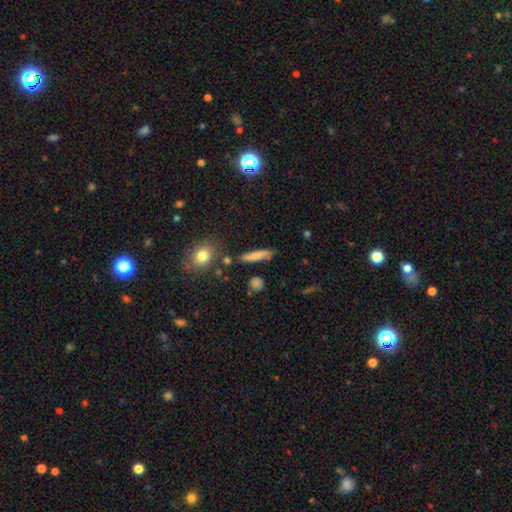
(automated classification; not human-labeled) Overall: smooth (75%). How rounded: cigar-shaped (81%). Merging: none (78%).